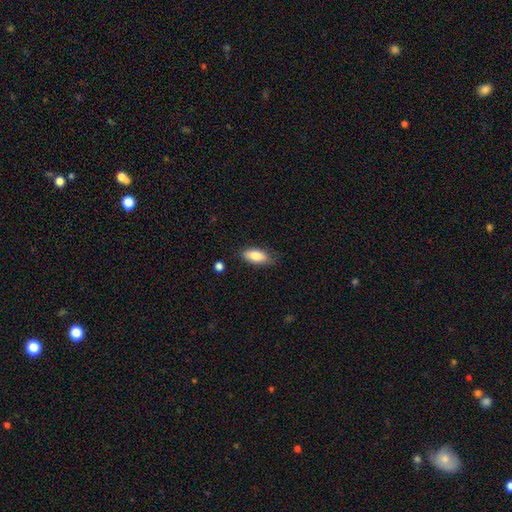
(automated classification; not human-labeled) The model was most divided on "merging": none: 77%, minor disturbance: 18%, major disturbance: 3%, merger: 2%. More confident: how rounded — in between (85%); smooth or featured — smooth (84%).